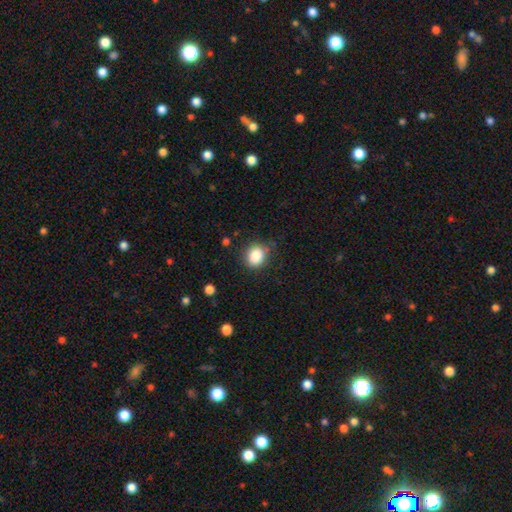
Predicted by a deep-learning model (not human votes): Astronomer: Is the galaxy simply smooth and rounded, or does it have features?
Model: smooth — 86%.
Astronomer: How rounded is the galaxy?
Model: round — 63%.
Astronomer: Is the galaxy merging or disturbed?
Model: none — 76%.